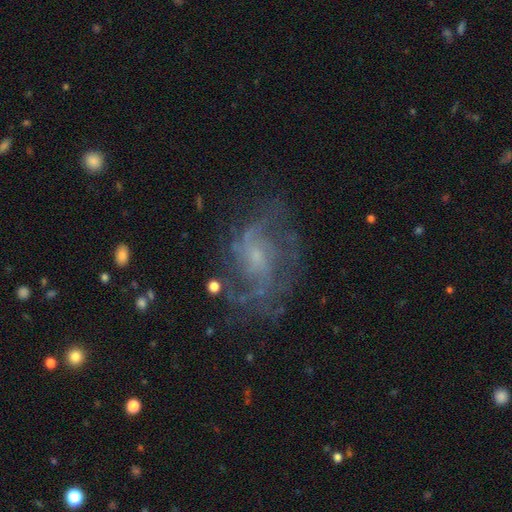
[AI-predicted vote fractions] featured or disk 79%, smooth 10%, star or artifact 10%. Down the decision tree: edge-on disk — no (97%); bar — no (57%); spiral arms — yes (87%); spiral arm count — can't tell (33%); spiral winding — medium (46%); bulge size — small (65%); merging — none (62%).